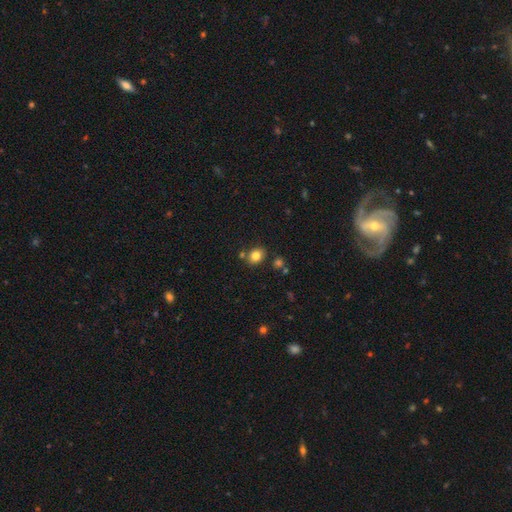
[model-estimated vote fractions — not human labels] Smooth or featured: smooth — 81% (star or artifact — 11%)
How rounded: round — 52% (in between — 47%)
Merging: none — 77% (minor disturbance — 11%)